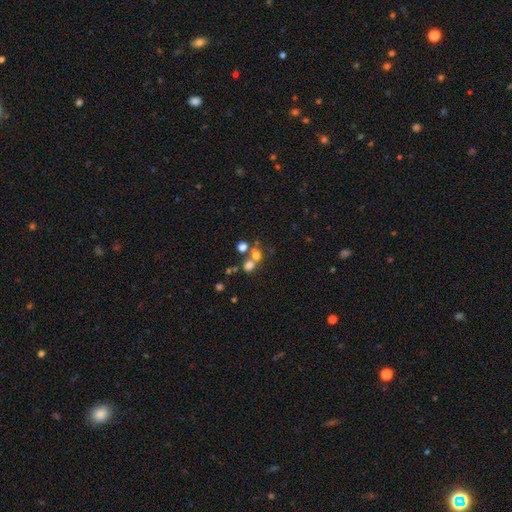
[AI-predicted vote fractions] Smooth or featured? smooth (65%)
How rounded? round (79%)
Merging? merger (45%)